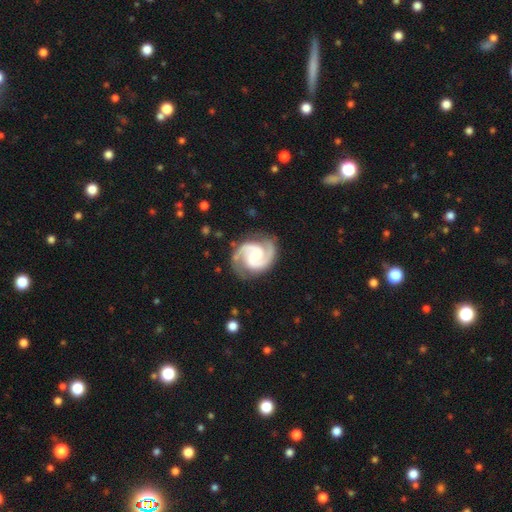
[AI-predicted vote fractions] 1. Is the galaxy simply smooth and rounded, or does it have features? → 93% featured or disk, 3% smooth, 3% star or artifact.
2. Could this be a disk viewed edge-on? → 98% no, 2% yes.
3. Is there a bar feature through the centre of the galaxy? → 46% weak, 37% no, 16% strong.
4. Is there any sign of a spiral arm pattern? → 99% yes, 1% no.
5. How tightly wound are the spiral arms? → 55% medium, 38% tight, 7% loose.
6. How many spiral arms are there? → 94% 2, 2% 3, 1% can't tell, 1% 1, 1% 4, 1% more than 4.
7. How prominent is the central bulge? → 50% moderate, 36% small, 7% large, 6% none, 1% dominant.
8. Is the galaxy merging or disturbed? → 82% none, 13% minor disturbance, 4% major disturbance, 1% merger.